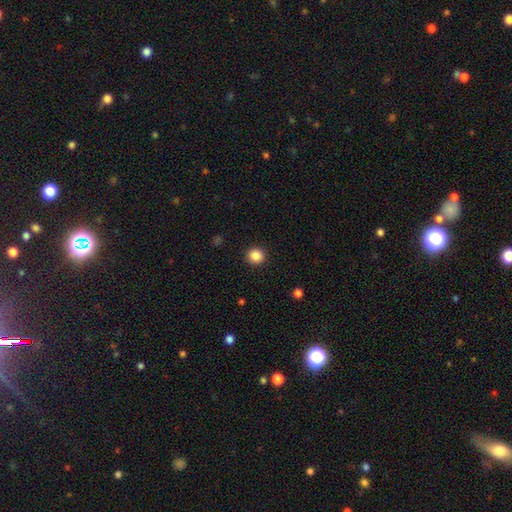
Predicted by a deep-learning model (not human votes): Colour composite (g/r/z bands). It shows a smooth galaxy with no disk features (86%) that is round (94%). Merging: none (92%).